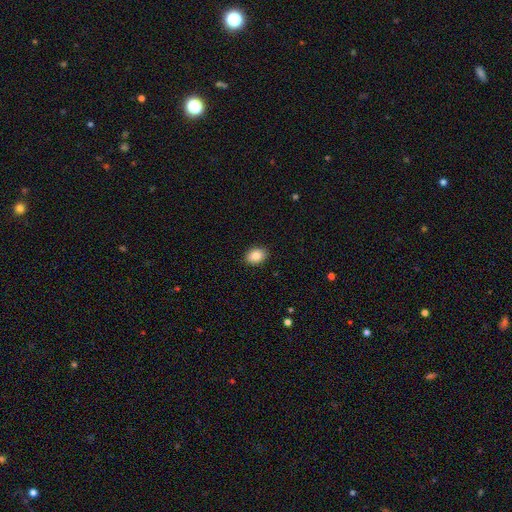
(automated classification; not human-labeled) This appears to be a smooth galaxy with no disk features (87%) that is in between round and cigar-shaped (74%). Merging: none (90%).